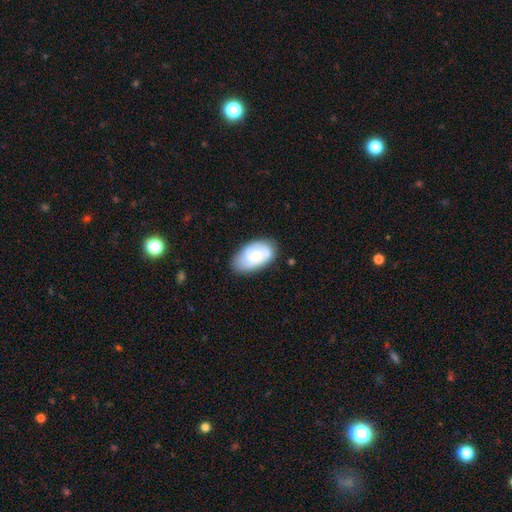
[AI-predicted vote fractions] Overall: smooth (54%; featured or disk 40%). How rounded: in between (92%). Merging: none (71%).